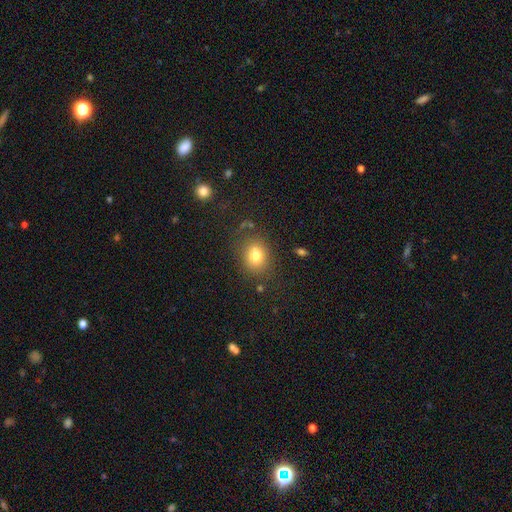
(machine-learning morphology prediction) Smooth or featured: smooth — 77% (star or artifact — 12%)
How rounded: round — 58% (in between — 41%)
Merging: none — 77% (minor disturbance — 14%)